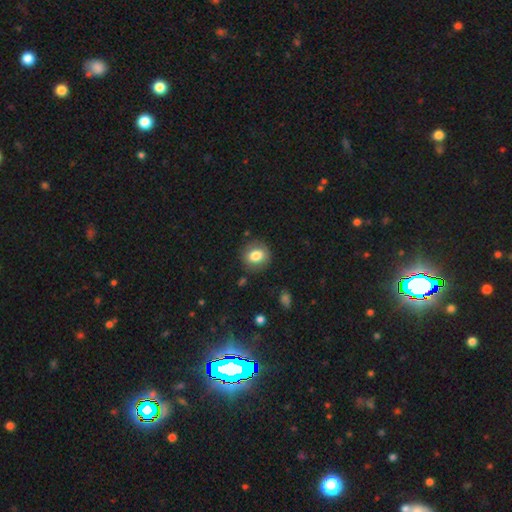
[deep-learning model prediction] Smooth or featured?
  - smooth: 79% *
  - featured or disk: 12%
  - star or artifact: 9%
How rounded?
  - round: 71% *
  - in between: 28%
  - cigar-shaped: 1%
Merging?
  - none: 84% *
  - minor disturbance: 11%
  - major disturbance: 3%
  - merger: 2%